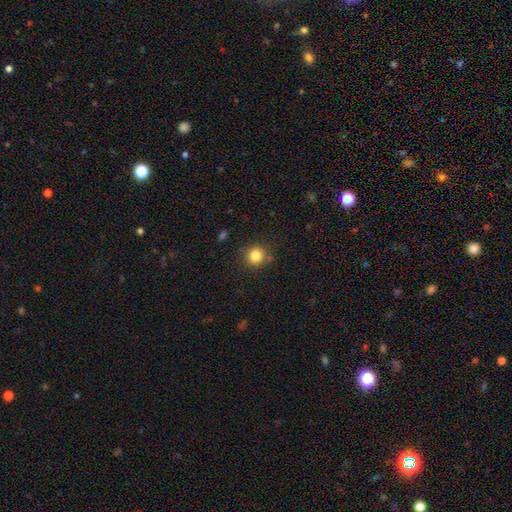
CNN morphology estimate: smooth 83%, star or artifact 11%, featured or disk 5%. Down the decision tree: how rounded — round (91%); merging — none (86%).